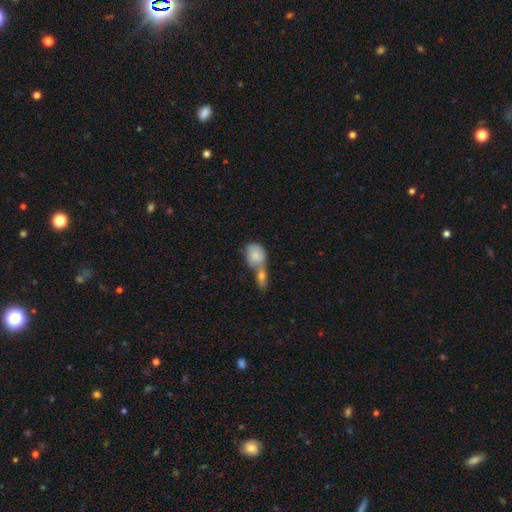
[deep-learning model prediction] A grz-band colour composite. It shows a smooth galaxy with no disk features (79%) that is in between round and cigar-shaped (58%). Merging: merger (71%).